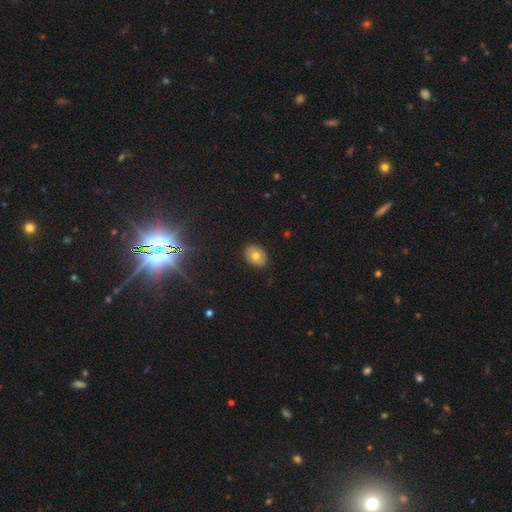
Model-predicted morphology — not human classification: The model was most divided on "how rounded": in between: 65%, round: 34%, cigar-shaped: 1%. More confident: merging — none (88%); smooth or featured — smooth (73%).